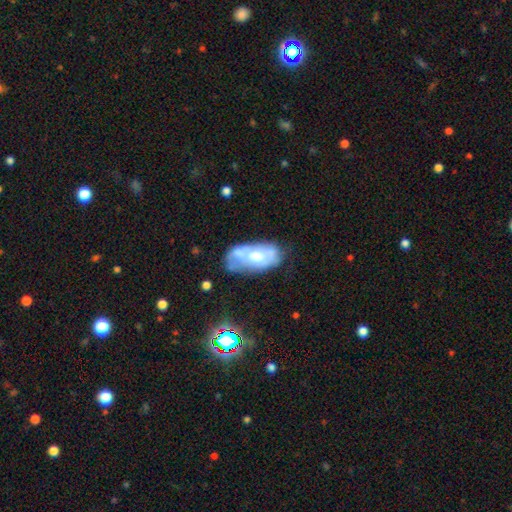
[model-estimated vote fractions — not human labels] Q: Smooth or featured?
A: featured or disk (53%); runner-up: smooth (39%)
Q: Edge-on disk?
A: no (92%); runner-up: yes (8%)
Q: Merging?
A: none (47%); runner-up: minor disturbance (29%)